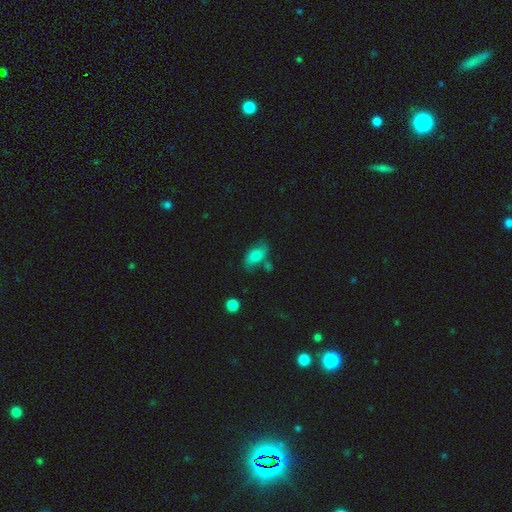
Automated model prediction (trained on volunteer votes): smooth 70%, featured or disk 21%, star or artifact 9%. Down the decision tree: how rounded — in between (90%); merging — none (62%).